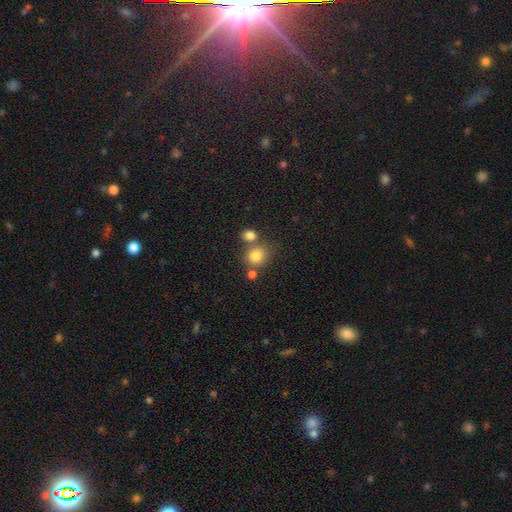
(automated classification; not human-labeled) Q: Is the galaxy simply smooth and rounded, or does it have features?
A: smooth — 79%.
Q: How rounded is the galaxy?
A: round — 79%.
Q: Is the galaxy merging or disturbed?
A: none — 59%.